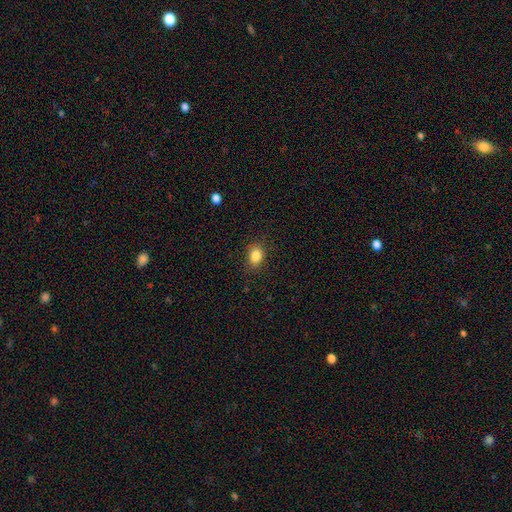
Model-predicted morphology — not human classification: The model was most divided on "how rounded": in between: 64%, round: 35%, cigar-shaped: 1%. More confident: merging — none (85%); smooth or featured — smooth (85%).